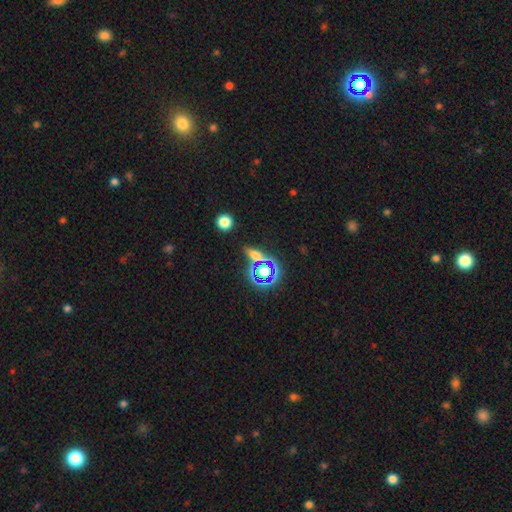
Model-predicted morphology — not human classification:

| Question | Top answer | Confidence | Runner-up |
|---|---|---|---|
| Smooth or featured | smooth | 41% | tied: star or artifact (41%) |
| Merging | none | 74% | minor disturbance (10%) |